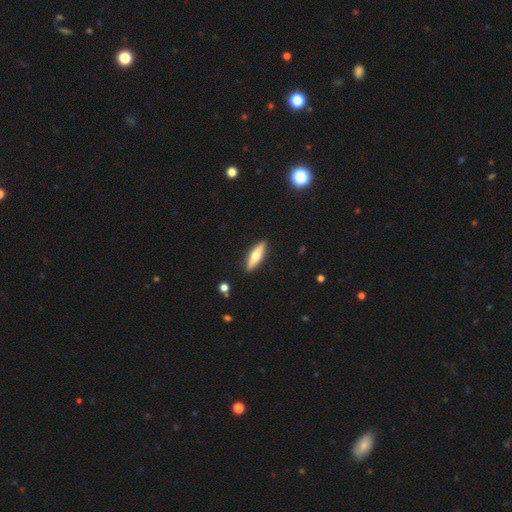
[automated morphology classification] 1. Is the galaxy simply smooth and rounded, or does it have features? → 51% smooth, 44% featured or disk, 5% star or artifact.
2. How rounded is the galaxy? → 73% cigar-shaped, 25% in between, 2% round.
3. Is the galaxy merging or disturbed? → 90% none, 7% minor disturbance, 2% major disturbance, 1% merger.